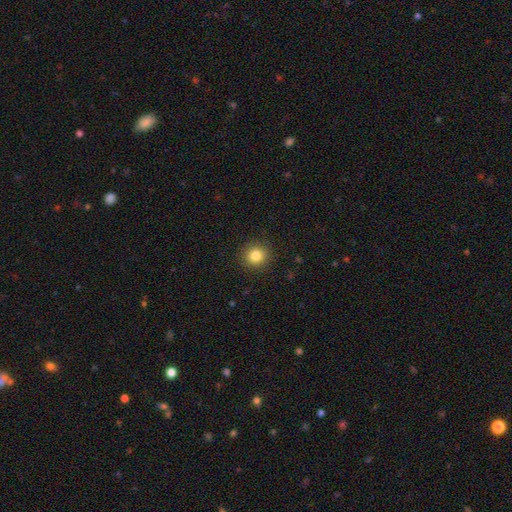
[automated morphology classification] The model was most divided on "smooth or featured": smooth: 83%, star or artifact: 11%, featured or disk: 6%. More confident: merging — none (91%); how rounded — round (90%).